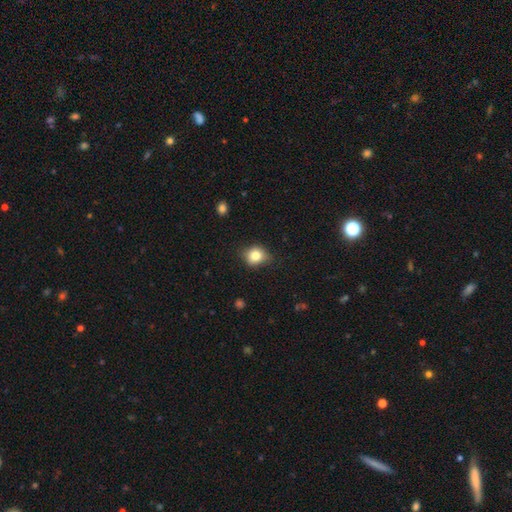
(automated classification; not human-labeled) A smooth galaxy with no disk features (80%) that is round (68%).

Vote fractions:
- Smooth or featured? smooth: 80% / star or artifact: 10% / featured or disk: 9%
- How rounded? round: 68% / in between: 31% / cigar-shaped: 1%
- Merging? none: 71% / minor disturbance: 23% / major disturbance: 5% / merger: 1%